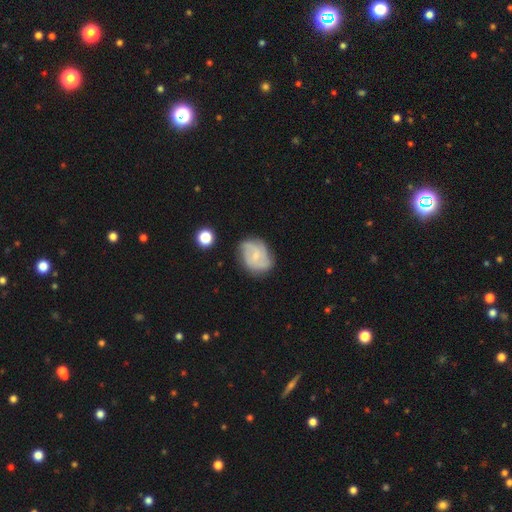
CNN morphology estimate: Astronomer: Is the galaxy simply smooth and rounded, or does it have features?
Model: featured or disk — 67%.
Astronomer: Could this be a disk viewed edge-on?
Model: no — 98%.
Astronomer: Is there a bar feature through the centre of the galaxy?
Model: no — 54% (runner-up: weak, 41%).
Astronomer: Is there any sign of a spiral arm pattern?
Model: yes — 90%.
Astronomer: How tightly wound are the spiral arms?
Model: medium — 42%, tied with tight at 42%.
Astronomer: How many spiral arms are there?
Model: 2 — 29%, tied with 3 at 29%.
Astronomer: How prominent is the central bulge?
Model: small — 62%.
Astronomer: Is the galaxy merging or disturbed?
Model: none — 64%.